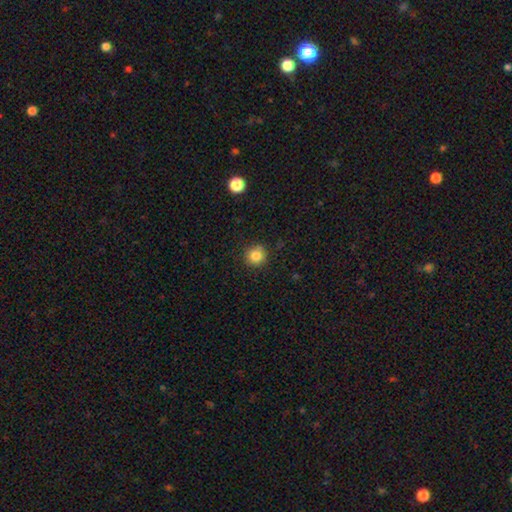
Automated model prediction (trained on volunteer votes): A smooth galaxy with no disk features (83%) that is round (93%).

Vote fractions:
- Smooth or featured? smooth: 83% / star or artifact: 11% / featured or disk: 6%
- How rounded? round: 93% / in between: 6% / cigar-shaped: 1%
- Merging? none: 86% / minor disturbance: 10% / major disturbance: 2% / merger: 2%